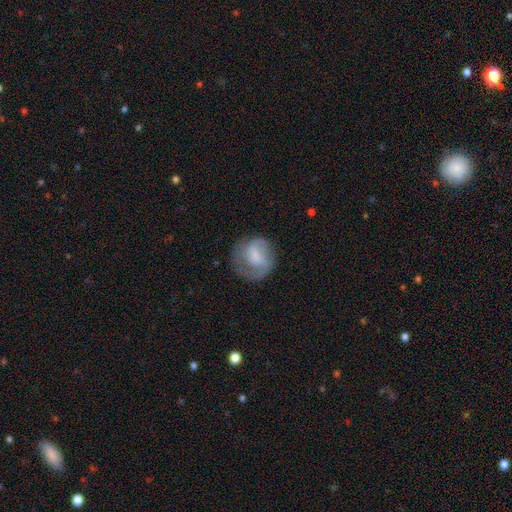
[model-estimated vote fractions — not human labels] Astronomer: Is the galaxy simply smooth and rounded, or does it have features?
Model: featured or disk — 49% (runner-up: smooth, 44%).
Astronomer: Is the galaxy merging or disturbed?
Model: none — 56%.